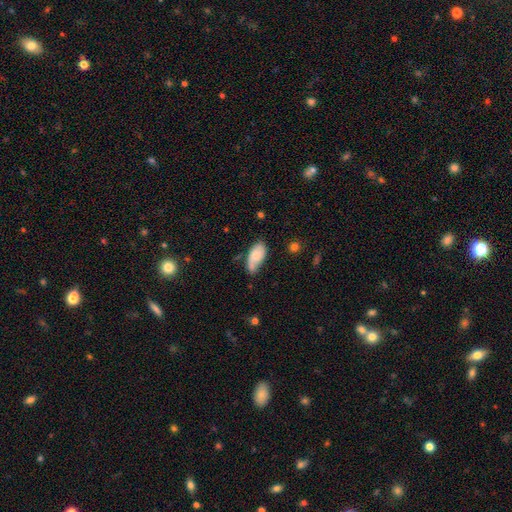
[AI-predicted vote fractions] Smooth or featured? Predicted: smooth (p=0.61). How rounded? Predicted: in between (p=0.90). Merging? Predicted: none (p=0.53).